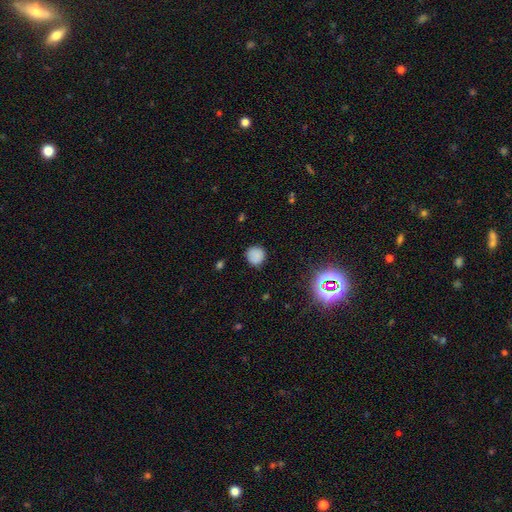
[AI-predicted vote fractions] smooth_or_featured: smooth (p=0.81) [alt: star or artifact p=0.13]
how_rounded: round (p=0.90) [alt: in between p=0.09]
merging: none (p=0.81) [alt: minor disturbance p=0.14]